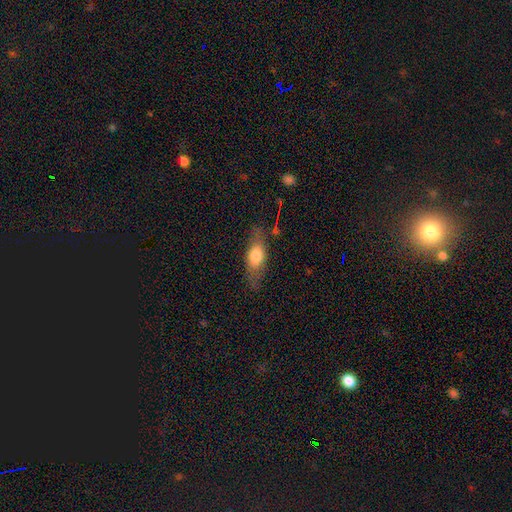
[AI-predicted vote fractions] smooth-or-featured: smooth: 64% | featured or disk: 28% | star or artifact: 8%
  how-rounded: in between: 67% | cigar-shaped: 27% | round: 6%
  merging: none: 71% | minor disturbance: 19% | major disturbance: 7% | merger: 3%